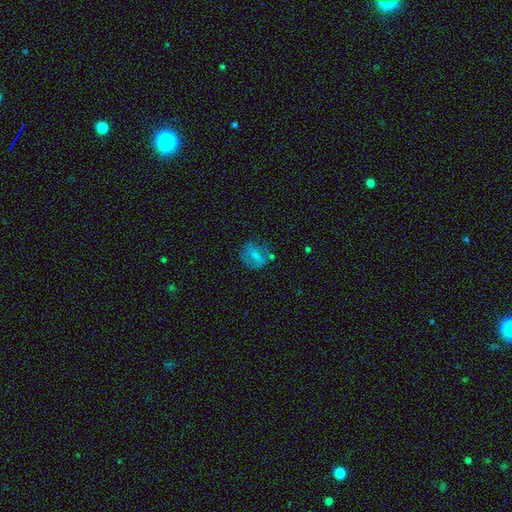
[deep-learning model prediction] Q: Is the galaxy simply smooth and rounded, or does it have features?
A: smooth — 60%.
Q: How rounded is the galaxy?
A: round — 52%.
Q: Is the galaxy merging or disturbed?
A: none — 57%.